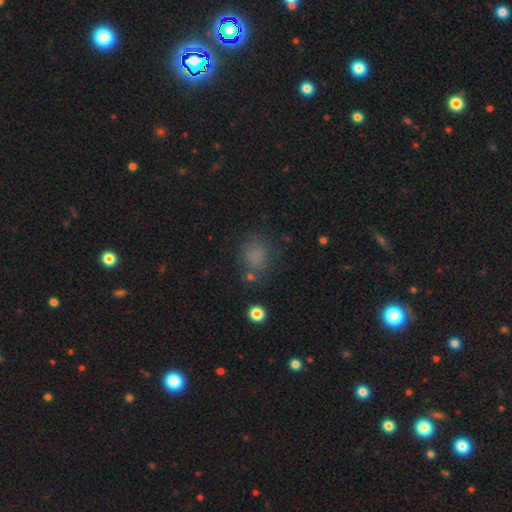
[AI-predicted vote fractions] A smooth galaxy with no disk features (76%) that is round (61%). Merging: none (73%).